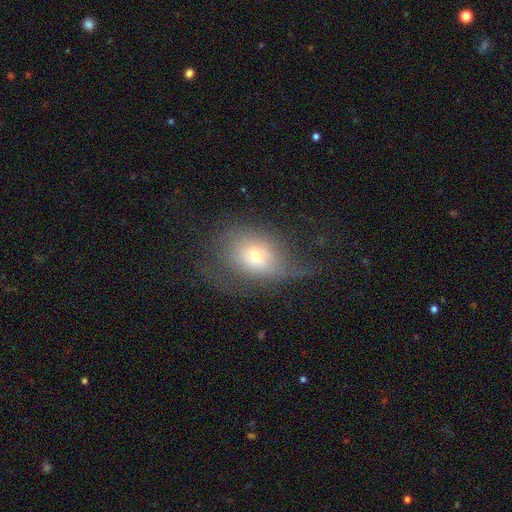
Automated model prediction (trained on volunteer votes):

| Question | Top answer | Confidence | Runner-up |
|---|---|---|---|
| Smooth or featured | smooth | 53% | featured or disk (36%) |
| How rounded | in between | 66% | round (32%) |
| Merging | none | 37% | major disturbance (33%) |